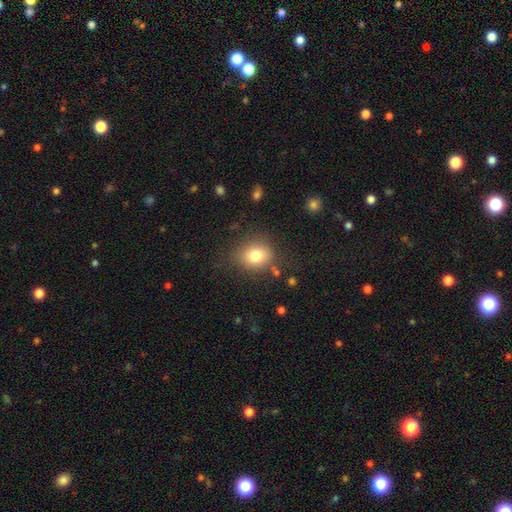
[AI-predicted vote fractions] The model was most divided on "how rounded": round: 67%, in between: 33%, cigar-shaped: 1%. More confident: merging — none (79%); smooth or featured — smooth (78%).